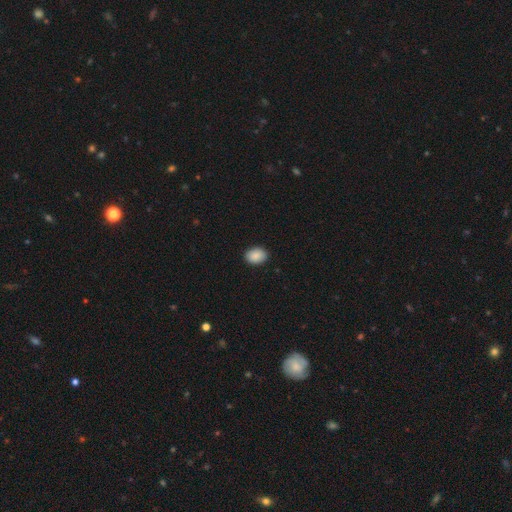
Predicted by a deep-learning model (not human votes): Smooth or featured?
  - smooth: 90% *
  - star or artifact: 7%
  - featured or disk: 3%
How rounded?
  - in between: 74% *
  - round: 25%
  - cigar-shaped: 1%
Merging?
  - none: 89% *
  - minor disturbance: 8%
  - major disturbance: 2%
  - merger: 1%